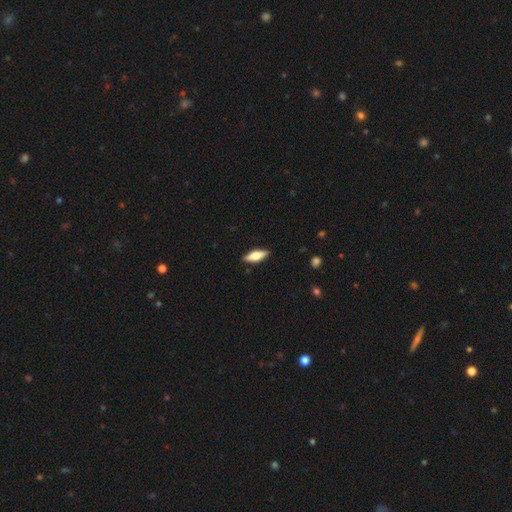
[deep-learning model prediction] This is possibly a smooth galaxy (60%). How rounded: likely in between (61%). Merging: clearly none (89%).